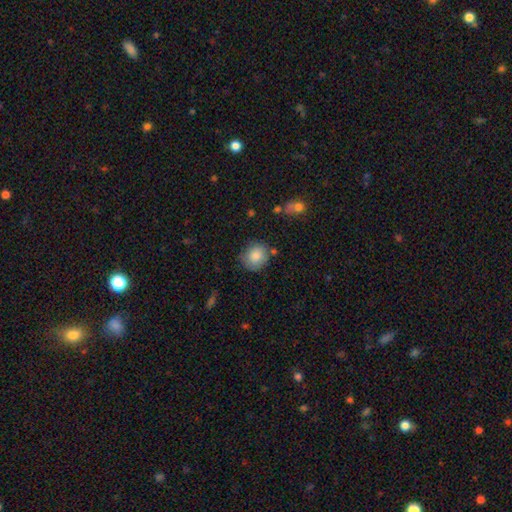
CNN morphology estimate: smooth_or_featured: smooth (p=0.84) [alt: star or artifact p=0.08]
how_rounded: round (p=0.81) [alt: in between p=0.18]
merging: none (p=0.77) [alt: minor disturbance p=0.15]